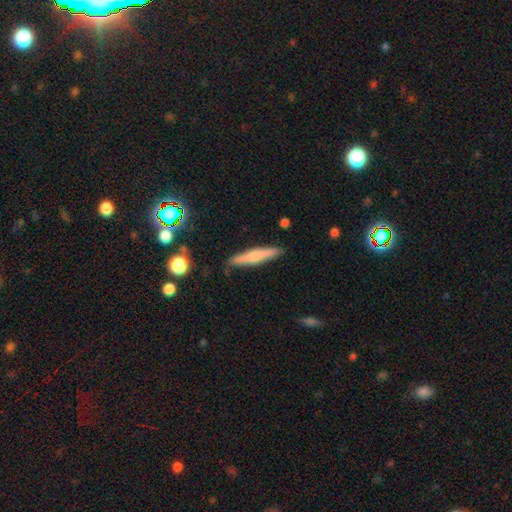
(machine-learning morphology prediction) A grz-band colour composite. It shows a smooth galaxy with no disk features (58%) that is cigar-shaped (92%). Merging: none (85%).